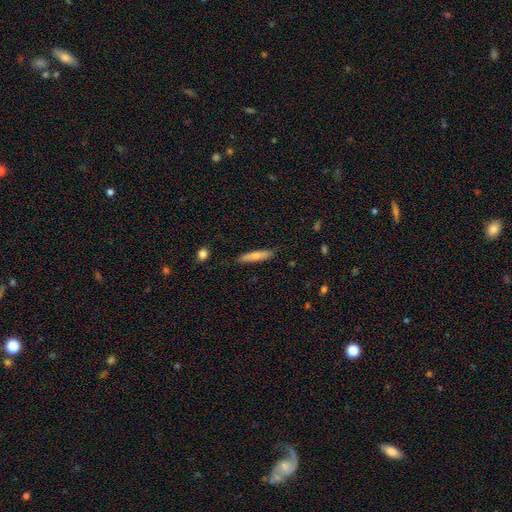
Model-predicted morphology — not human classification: Smooth or featured? smooth (68%)
How rounded? cigar-shaped (87%)
Merging? none (85%)